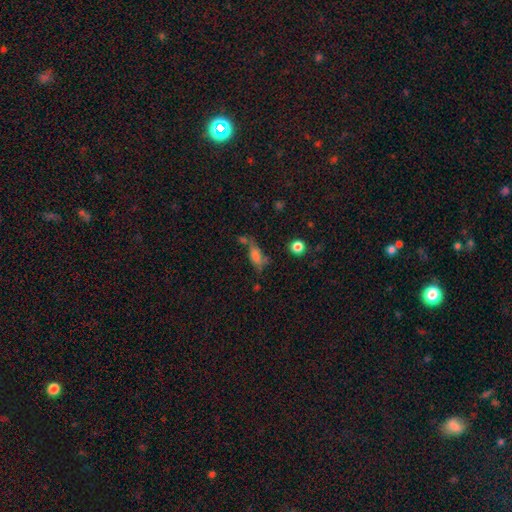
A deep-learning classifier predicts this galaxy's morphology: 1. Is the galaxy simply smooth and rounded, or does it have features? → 69% smooth, 18% featured or disk, 13% star or artifact.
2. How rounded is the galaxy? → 72% in between, 22% cigar-shaped, 6% round.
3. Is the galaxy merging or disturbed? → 41% none, 22% minor disturbance, 21% merger, 15% major disturbance.